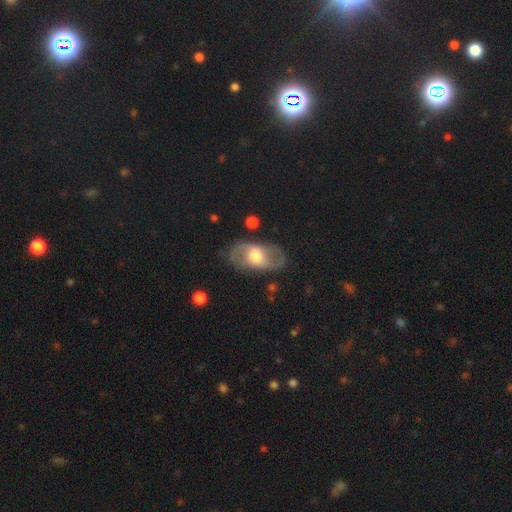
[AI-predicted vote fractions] Morphology: type=featured or disk (64%); edge-on=no (91%); bar=no (52%); spiral arms=yes (67%); bulge=moderate (60%); merging=none (75%).